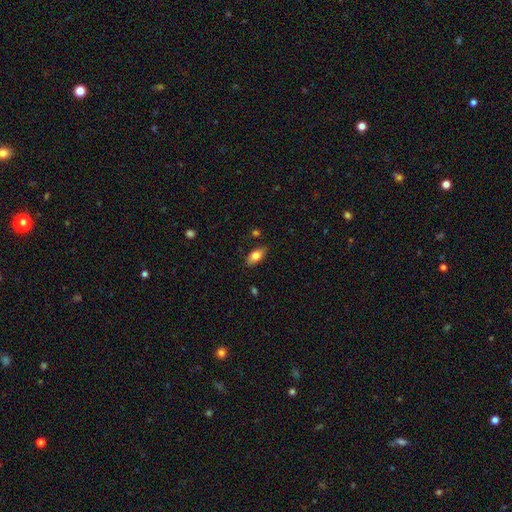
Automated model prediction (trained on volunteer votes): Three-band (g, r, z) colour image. It shows a smooth galaxy with no disk features (78%) that is in between round and cigar-shaped (86%). Merging: none (83%).